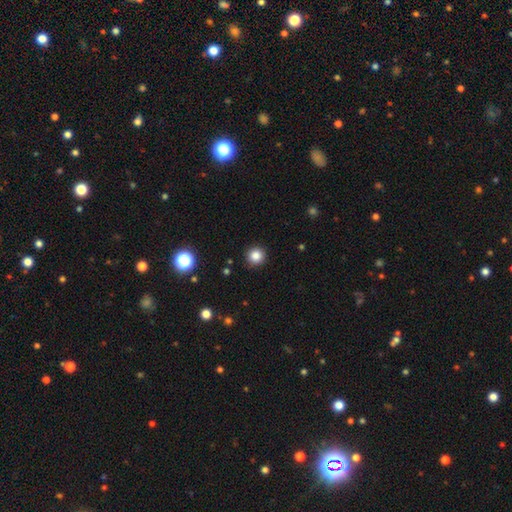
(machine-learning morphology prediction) A smooth galaxy with no disk features (84%) that is round (93%). Merging: none (91%).